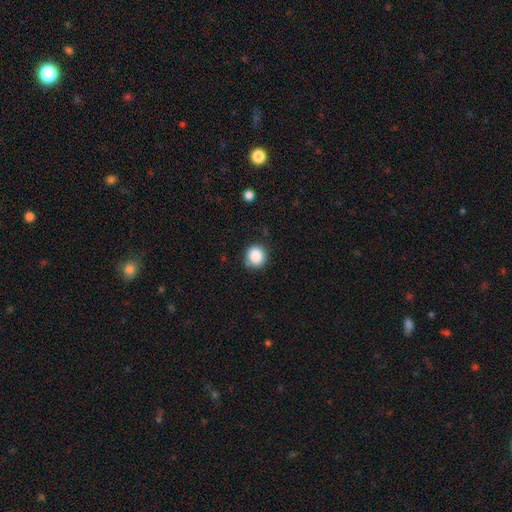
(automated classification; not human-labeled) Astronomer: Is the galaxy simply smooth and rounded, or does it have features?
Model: smooth — 87%.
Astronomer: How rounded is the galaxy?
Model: round — 87%.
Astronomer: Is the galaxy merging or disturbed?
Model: none — 79%.